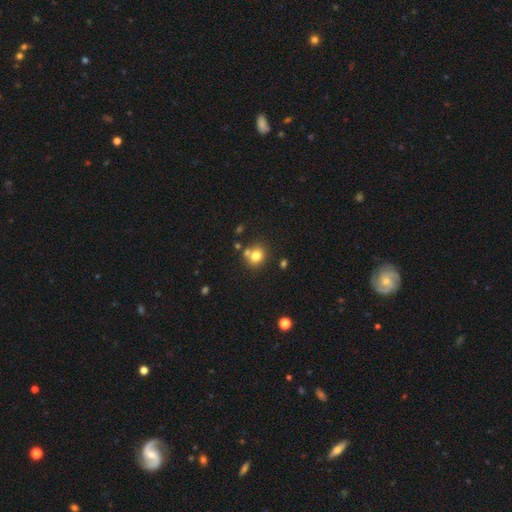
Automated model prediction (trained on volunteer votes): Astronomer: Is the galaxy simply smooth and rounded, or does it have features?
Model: smooth — 78%.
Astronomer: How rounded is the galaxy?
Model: round — 71%.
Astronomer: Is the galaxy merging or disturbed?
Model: none — 64%.